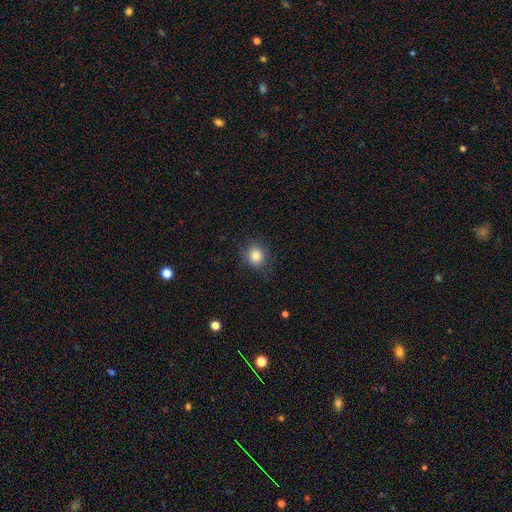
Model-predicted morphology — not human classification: Smooth or featured?
  - smooth: 84% *
  - star or artifact: 10%
  - featured or disk: 6%
How rounded?
  - round: 74% *
  - in between: 25%
  - cigar-shaped: 1%
Merging?
  - none: 81% *
  - minor disturbance: 14%
  - major disturbance: 4%
  - merger: 1%